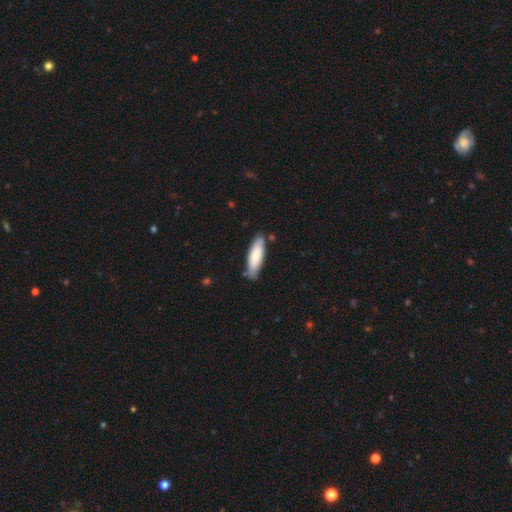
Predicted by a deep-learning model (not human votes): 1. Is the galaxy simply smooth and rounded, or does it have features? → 75% smooth, 20% featured or disk, 5% star or artifact.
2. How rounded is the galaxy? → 52% cigar-shaped, 47% in between, 1% round.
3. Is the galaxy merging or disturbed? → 76% none, 17% minor disturbance, 4% merger, 3% major disturbance.